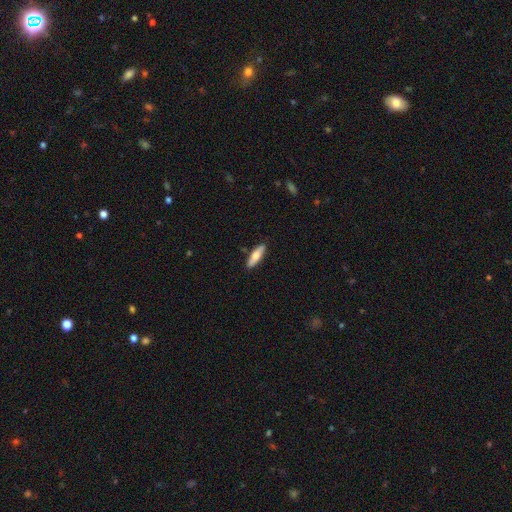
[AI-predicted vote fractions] smooth-or-featured: smooth: 72% | featured or disk: 23% | star or artifact: 6%
  how-rounded: cigar-shaped: 61% | in between: 38% | round: 2%
  merging: none: 87% | minor disturbance: 10% | major disturbance: 2% | merger: 2%